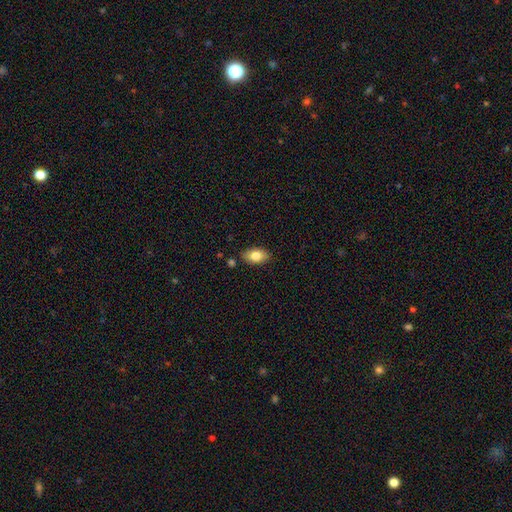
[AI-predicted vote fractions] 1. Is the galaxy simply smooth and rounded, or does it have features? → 81% smooth, 12% featured or disk, 7% star or artifact.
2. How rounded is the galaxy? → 91% in between, 7% round, 2% cigar-shaped.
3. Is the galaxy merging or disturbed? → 84% none, 11% minor disturbance, 3% merger, 2% major disturbance.